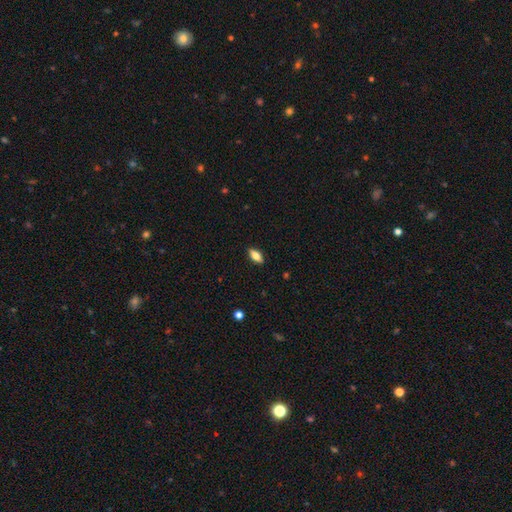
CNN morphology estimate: Smooth or featured?
  - smooth: 72% *
  - featured or disk: 20%
  - star or artifact: 8%
How rounded?
  - in between: 82% *
  - cigar-shaped: 14%
  - round: 3%
Merging?
  - none: 88% *
  - minor disturbance: 9%
  - major disturbance: 2%
  - merger: 1%